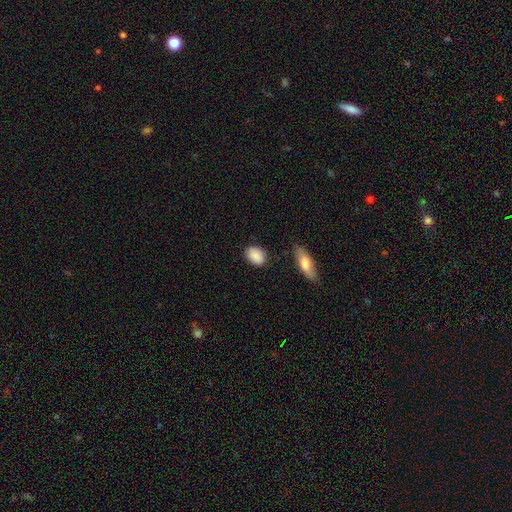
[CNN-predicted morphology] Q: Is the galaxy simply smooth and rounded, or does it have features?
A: smooth — 88%.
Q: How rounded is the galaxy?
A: in between — 76%.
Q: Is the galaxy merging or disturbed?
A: none — 78%.